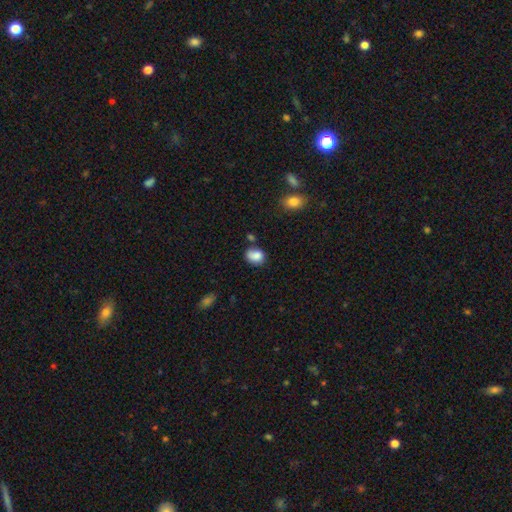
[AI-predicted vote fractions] Overall: smooth (83%). How rounded: in between (54%; round 45%). Merging: none (57%; minor disturbance 25%).